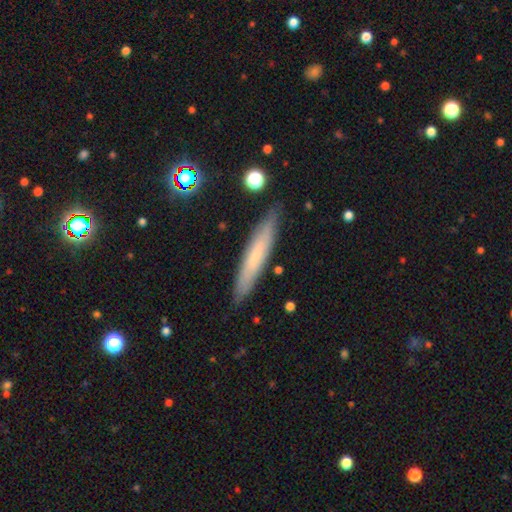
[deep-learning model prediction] smooth_or_featured: smooth (p=0.59) [alt: featured or disk p=0.34]
how_rounded: cigar-shaped (p=0.91) [alt: in between p=0.07]
merging: none (p=0.87) [alt: minor disturbance p=0.10]